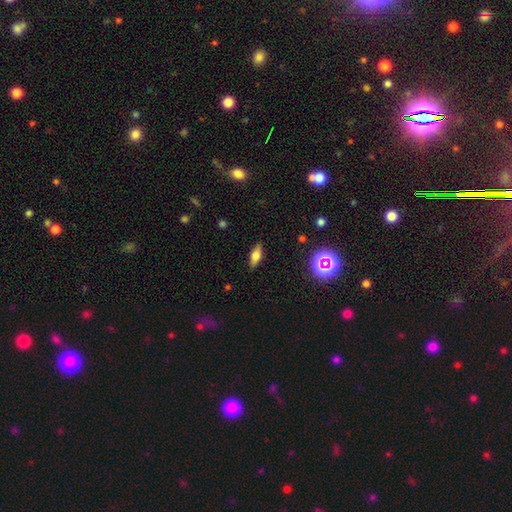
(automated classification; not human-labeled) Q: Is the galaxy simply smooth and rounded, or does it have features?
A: smooth — 57%.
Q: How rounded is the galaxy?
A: in between — 66%.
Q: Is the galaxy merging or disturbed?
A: none — 87%.